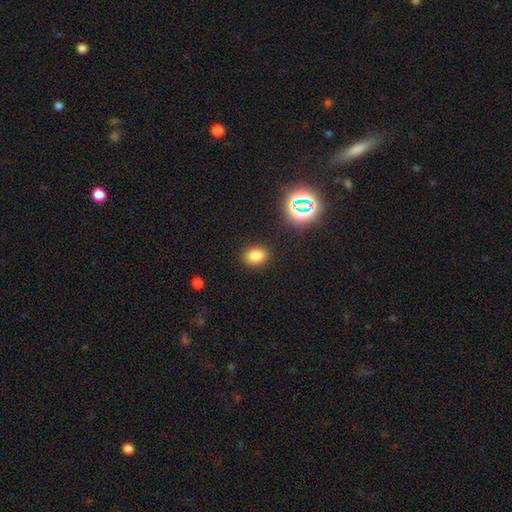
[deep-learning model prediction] Morphology: type=smooth (77%); roundness=in between (62%); merging=none (88%).